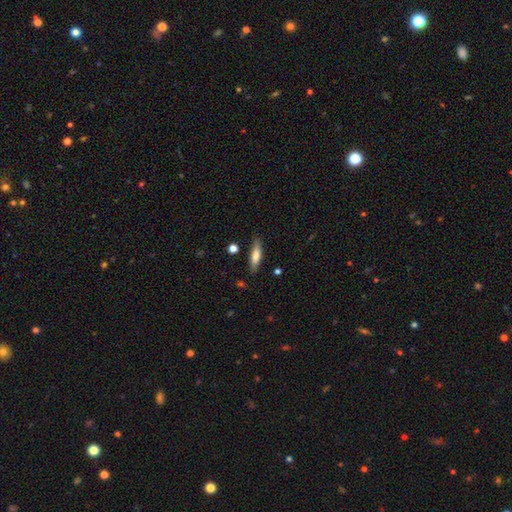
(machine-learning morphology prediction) Q: Smooth or featured?
A: smooth (68%); runner-up: featured or disk (25%)
Q: How rounded?
A: cigar-shaped (70%); runner-up: in between (28%)
Q: Merging?
A: none (82%); runner-up: minor disturbance (13%)